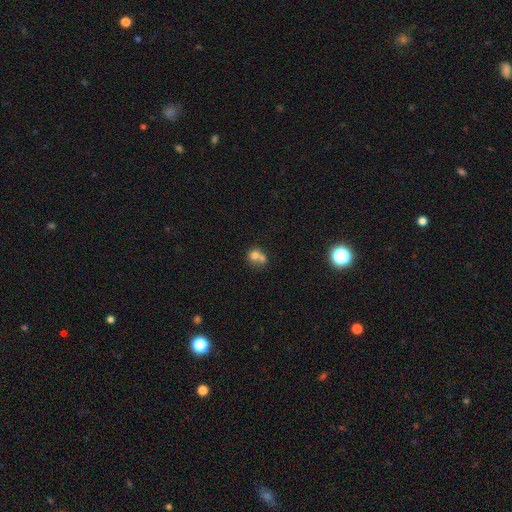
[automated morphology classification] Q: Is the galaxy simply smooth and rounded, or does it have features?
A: smooth — 70%.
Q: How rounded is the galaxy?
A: round — 71%.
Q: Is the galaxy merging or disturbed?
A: merger — 59%.